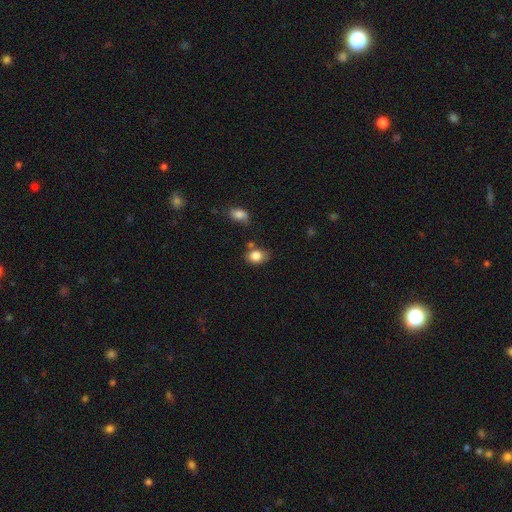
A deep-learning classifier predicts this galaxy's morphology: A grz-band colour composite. It shows a smooth galaxy with no disk features (83%) that is in between round and cigar-shaped (62%). Merging: none (63%).